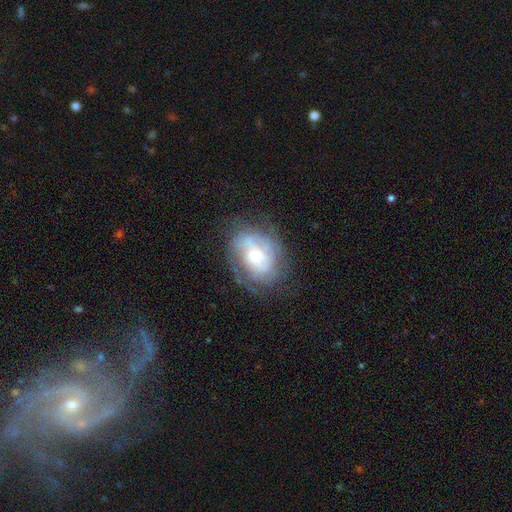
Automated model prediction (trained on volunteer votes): Smooth or featured: featured or disk — 65% (smooth — 27%)
Edge-on disk: no — 96% (yes — 4%)
Bar: no — 60% (weak — 31%)
Spiral arms: yes — 74% (no — 26%)
Bulge size: moderate — 49% (small — 34%)
Merging: none — 62% (minor disturbance — 23%)